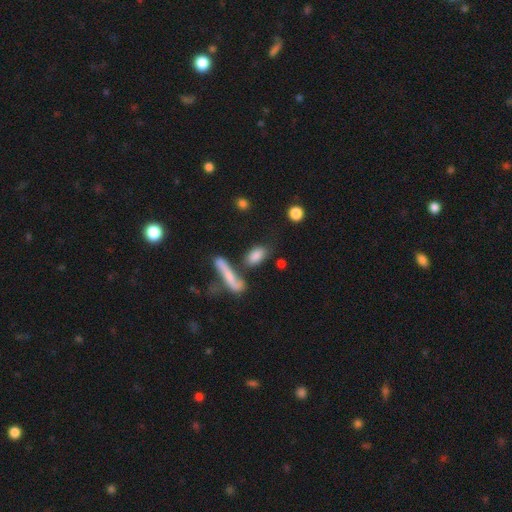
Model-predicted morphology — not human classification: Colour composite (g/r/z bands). It shows a smooth galaxy with no disk features (79%) that is in between round and cigar-shaped (80%). Merging: none (56%).